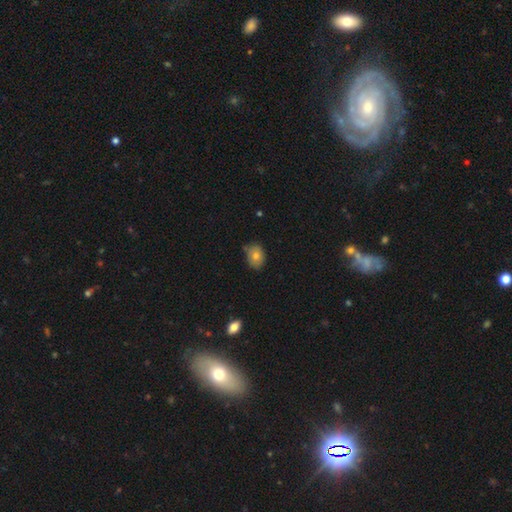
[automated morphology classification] smooth 76%, featured or disk 14%, star or artifact 10%. Down the decision tree: how rounded — in between (59%); merging — none (62%).